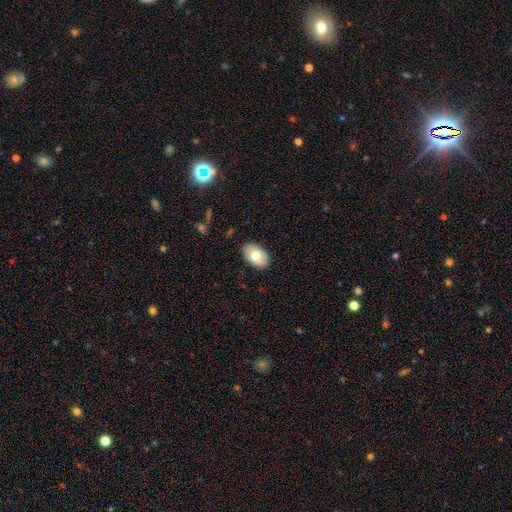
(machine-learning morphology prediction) A smooth galaxy with no disk features (74%) that is in between round and cigar-shaped (92%). Merging: none (87%).